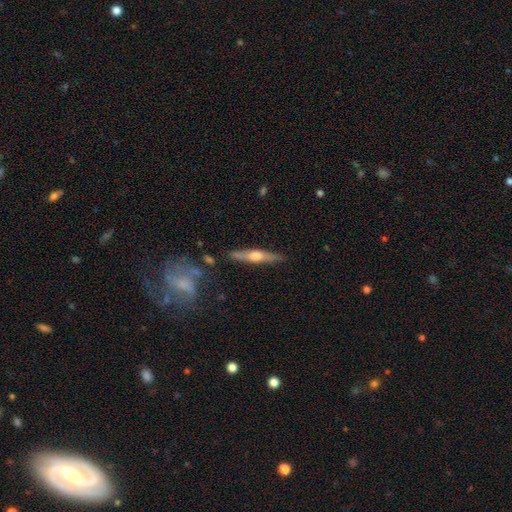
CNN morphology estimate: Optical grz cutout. It shows a featured or disk galaxy (63%) viewed edge-on (95%) with a rounded central bulge (90%). Merging: none (85%).